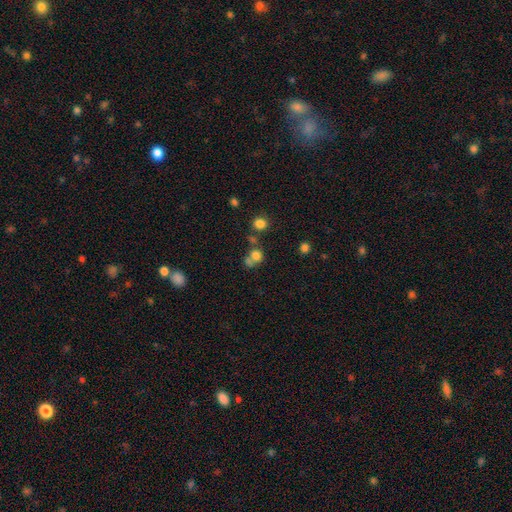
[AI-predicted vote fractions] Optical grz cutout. It shows a smooth galaxy with no disk features (73%) that is round (76%). Merging: none (44%).